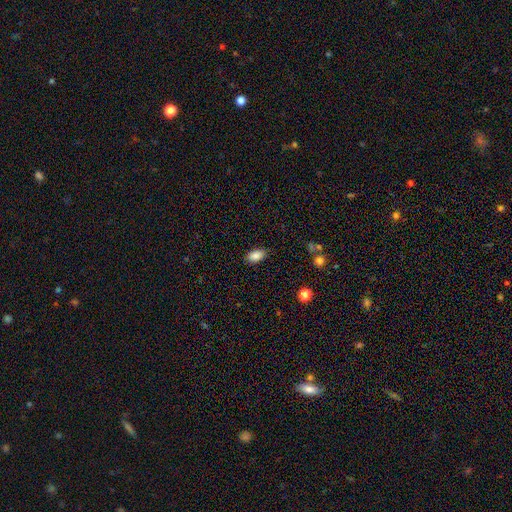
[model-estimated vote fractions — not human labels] Morphology: type=smooth (86%); roundness=in between (92%); merging=none (86%).